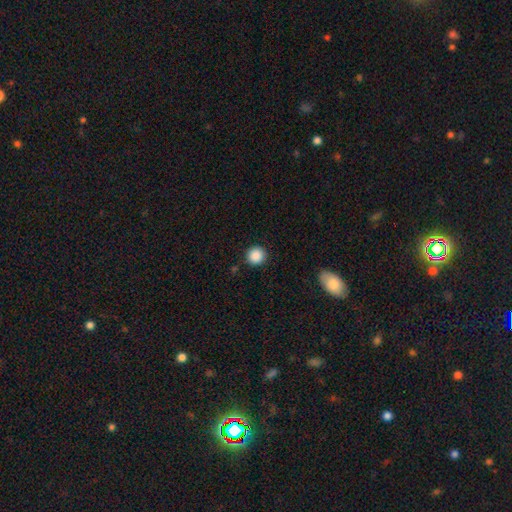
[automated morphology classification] The model was most divided on "smooth or featured": smooth: 88%, star or artifact: 9%, featured or disk: 3%. More confident: how rounded — round (94%); merging — none (89%).